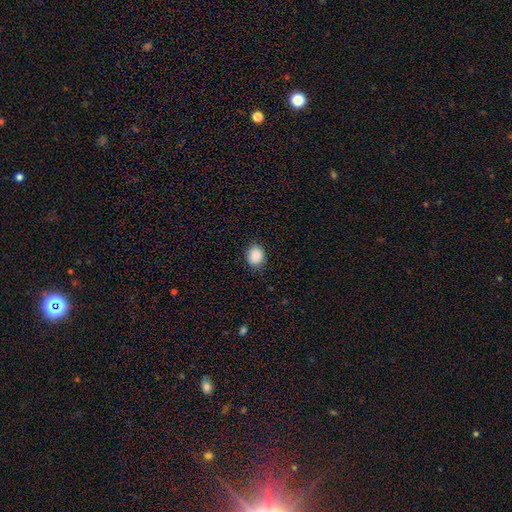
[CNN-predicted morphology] Smooth or featured: smooth — 89% (star or artifact — 8%)
How rounded: round — 63% (in between — 36%)
Merging: none — 87% (minor disturbance — 10%)